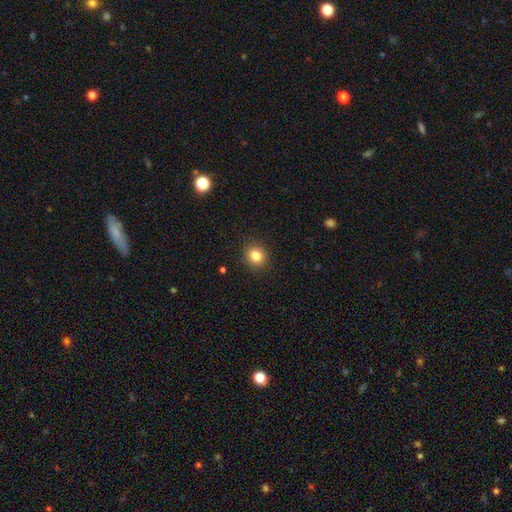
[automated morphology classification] smooth-or-featured: smooth: 84% | star or artifact: 11% | featured or disk: 6%
  how-rounded: round: 74% | in between: 25% | cigar-shaped: 1%
  merging: none: 90% | minor disturbance: 7% | major disturbance: 2% | merger: 1%